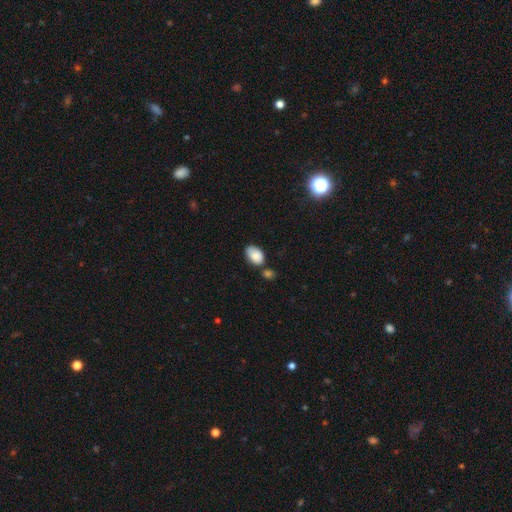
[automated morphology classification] Q: Smooth or featured?
A: smooth (84%); runner-up: featured or disk (8%)
Q: How rounded?
A: in between (90%); runner-up: round (9%)
Q: Merging?
A: none (54%); runner-up: minor disturbance (23%)